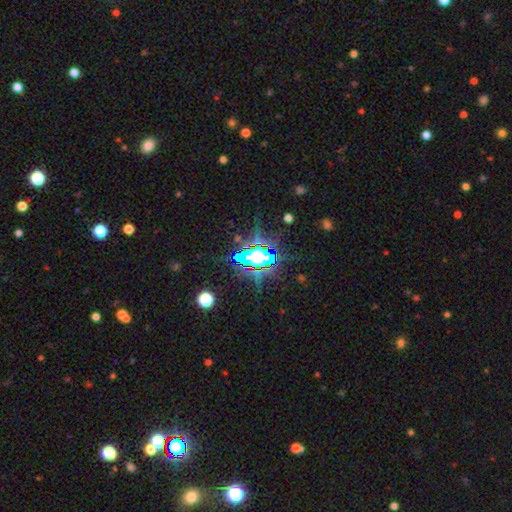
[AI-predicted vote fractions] Morphology: type=star or artifact (71%).